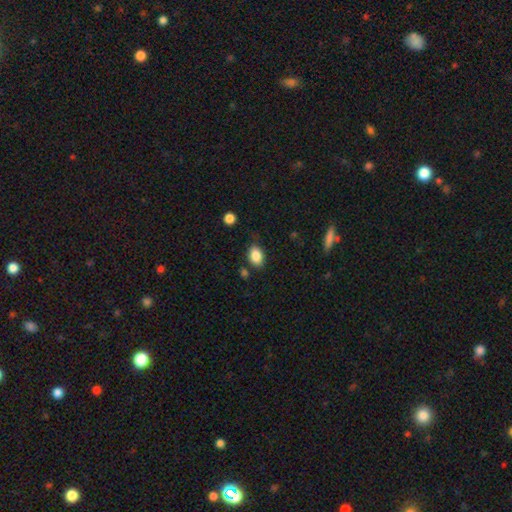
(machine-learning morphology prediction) Smooth or featured? smooth (86%)
How rounded? in between (83%)
Merging? none (75%)